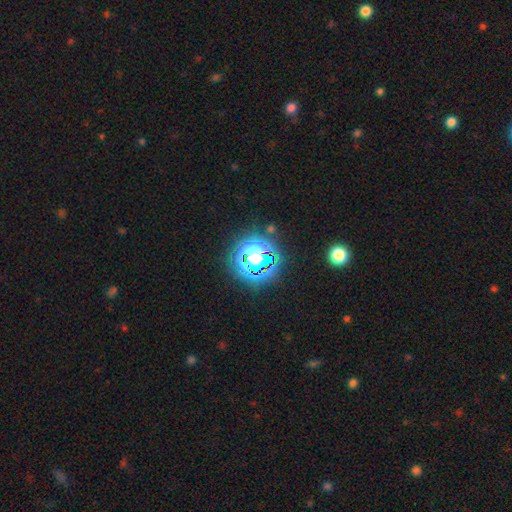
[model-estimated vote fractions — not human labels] star or artifact 59%, smooth 27%, featured or disk 14%.